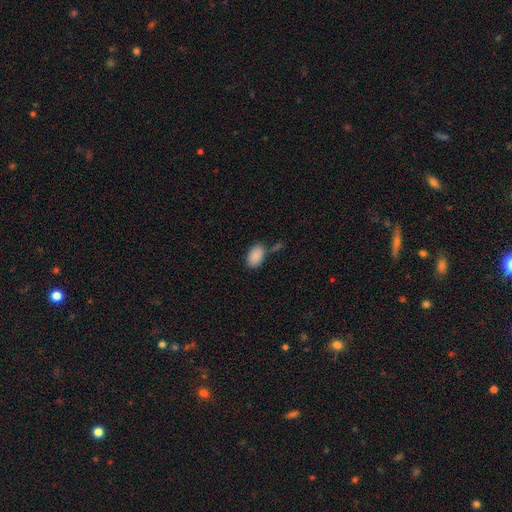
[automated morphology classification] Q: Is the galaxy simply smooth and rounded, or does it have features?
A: smooth — 89%.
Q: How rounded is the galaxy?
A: in between — 92%.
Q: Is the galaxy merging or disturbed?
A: none — 68%.